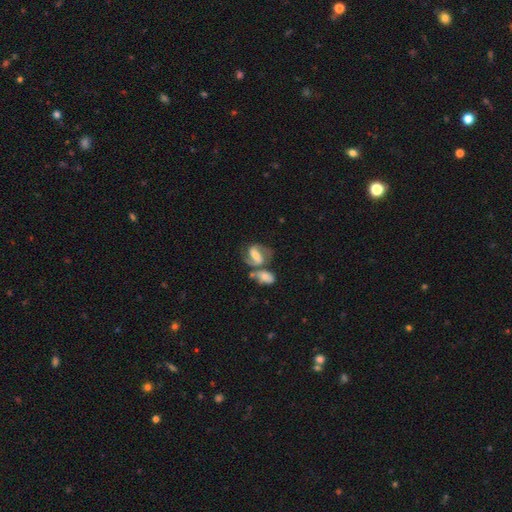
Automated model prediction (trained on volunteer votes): A featured or disk galaxy (74%) with a strong bar (46%), 2 (84%) medium (53%) spiral arms (89%) and a moderate central bulge (37%).

Vote fractions:
- Smooth or featured? featured or disk: 74% / smooth: 19% / star or artifact: 8%
- Edge-on disk? no: 96% / yes: 4%
- Bar? strong: 46% / weak: 37% / no: 17%
- Spiral arms? yes: 89% / no: 11%
- Spiral winding? medium: 53% / loose: 25% / tight: 23%
- Spiral arm count? 2: 84% / 1: 6% / can't tell: 6% / 3: 1% / 4: 1% / more than 4: 1%
- Bulge size? moderate: 37% / small: 28% / large: 17% / none: 15% / dominant: 3%
- Merging? merger: 42% / none: 35% / minor disturbance: 13% / major disturbance: 10%